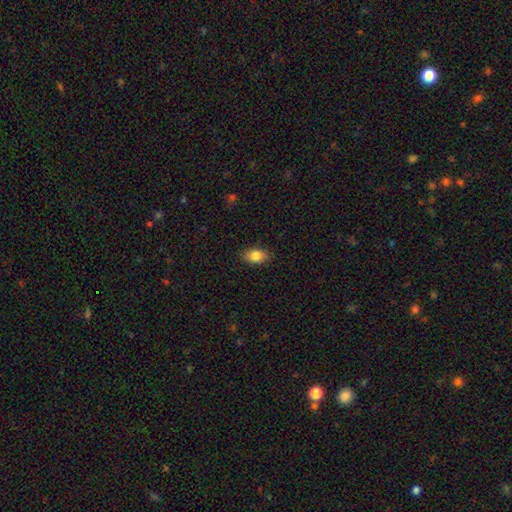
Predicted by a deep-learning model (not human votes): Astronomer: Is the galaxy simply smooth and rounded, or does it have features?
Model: smooth — 84%.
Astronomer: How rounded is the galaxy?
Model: in between — 85%.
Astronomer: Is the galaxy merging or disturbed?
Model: none — 87%.